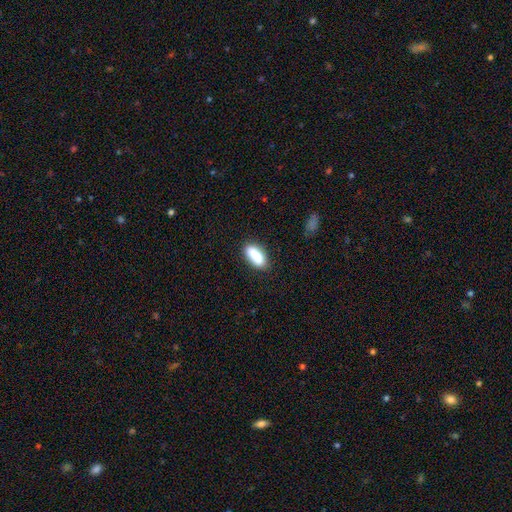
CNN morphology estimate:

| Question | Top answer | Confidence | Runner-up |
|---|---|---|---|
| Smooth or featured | smooth | 87% | star or artifact (7%) |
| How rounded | in between | 75% | cigar-shaped (22%) |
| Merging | none | 82% | minor disturbance (13%) |